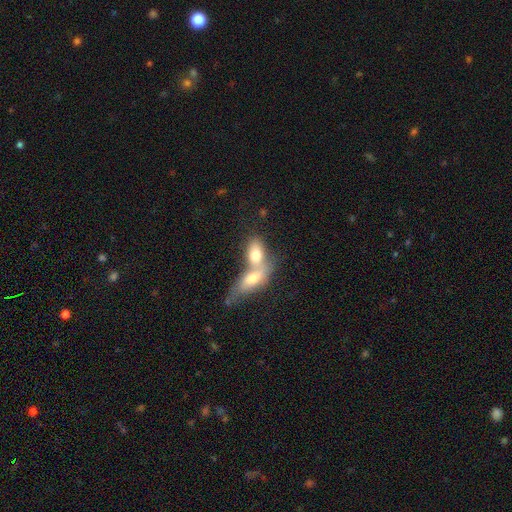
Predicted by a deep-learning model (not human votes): Smooth or featured?
  - smooth: 70% *
  - featured or disk: 23%
  - star or artifact: 7%
How rounded?
  - in between: 82% *
  - cigar-shaped: 9%
  - round: 8%
Merging?
  - merger: 75% *
  - none: 16%
  - minor disturbance: 5%
  - major disturbance: 4%